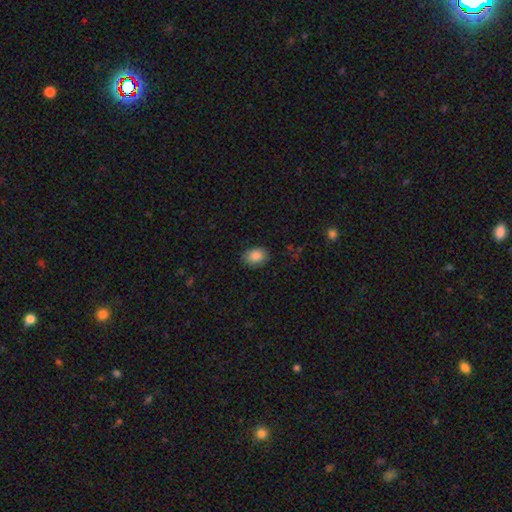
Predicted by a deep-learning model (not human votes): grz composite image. It shows a smooth galaxy with no disk features (86%) that is in between round and cigar-shaped (65%). Merging: none (83%).